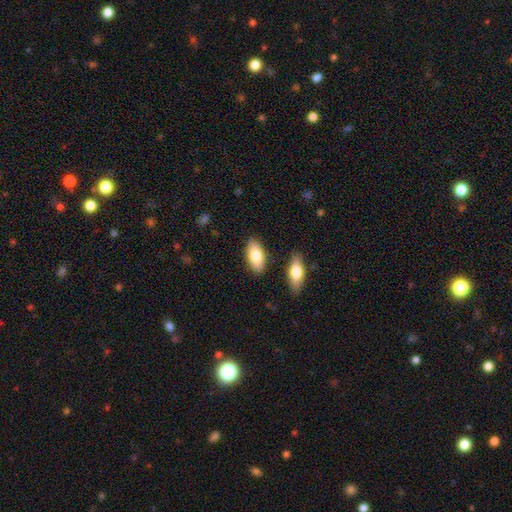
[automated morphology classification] The model was most divided on "smooth or featured": smooth: 80%, featured or disk: 14%, star or artifact: 6%. More confident: how rounded — in between (92%); merging — none (84%).